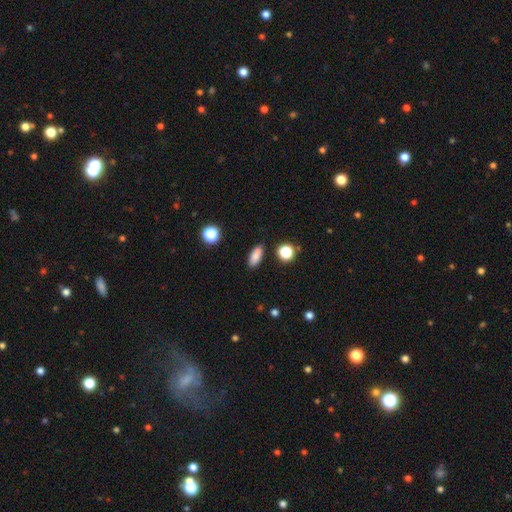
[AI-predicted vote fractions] This appears to be a smooth galaxy with no disk features (84%) that is in between round and cigar-shaped (75%). Merging: none (85%).